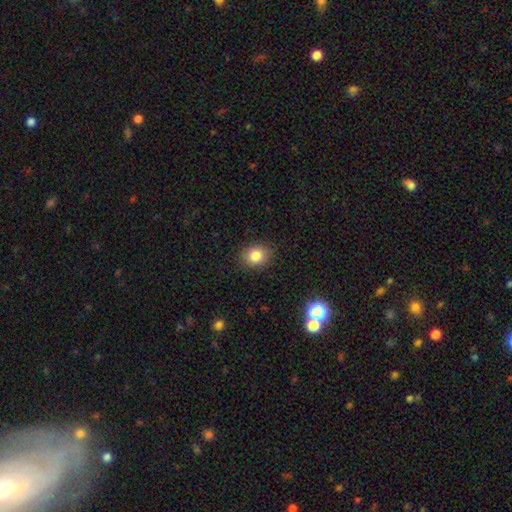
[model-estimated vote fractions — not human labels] smooth_or_featured: smooth (p=0.83) [alt: star or artifact p=0.11]
how_rounded: round (p=0.57) [alt: in between p=0.42]
merging: none (p=0.88) [alt: minor disturbance p=0.09]